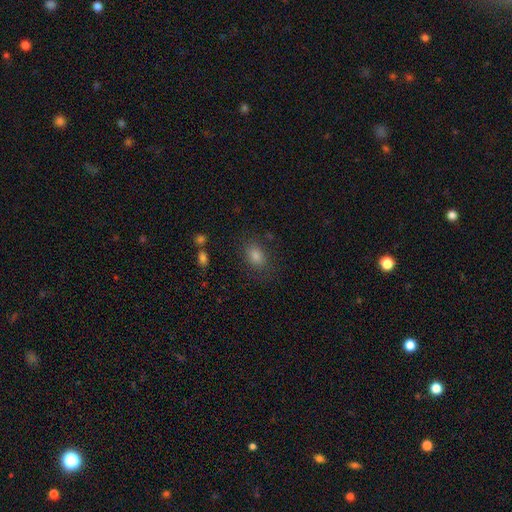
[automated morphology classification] Q: Smooth or featured?
A: smooth (76%); runner-up: star or artifact (16%)
Q: How rounded?
A: in between (68%); runner-up: round (30%)
Q: Merging?
A: none (80%); runner-up: minor disturbance (13%)